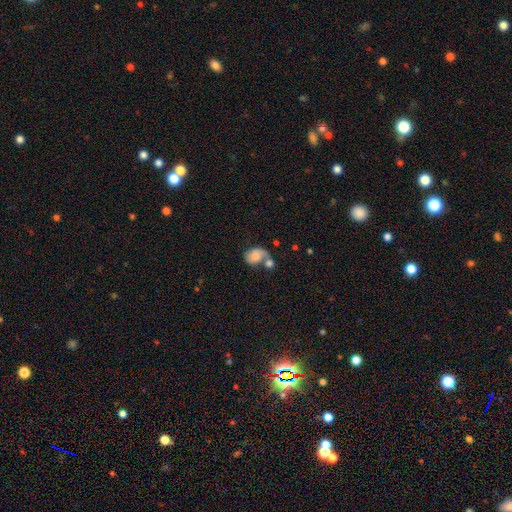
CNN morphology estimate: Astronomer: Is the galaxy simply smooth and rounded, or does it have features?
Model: smooth — 58%.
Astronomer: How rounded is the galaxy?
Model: in between — 60% (runner-up: round, 38%).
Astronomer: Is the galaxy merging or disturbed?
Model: merger — 48% (runner-up: none, 24%).